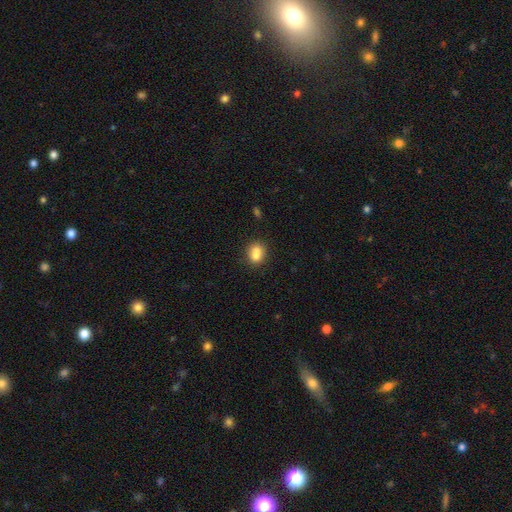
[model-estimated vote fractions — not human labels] A smooth galaxy with no disk features (78%) that is round (49%, tied with in between).

Vote fractions:
- Smooth or featured? smooth: 78% / featured or disk: 13% / star or artifact: 10%
- How rounded? round: 49% (tied) / in between: 49% (tied) / cigar-shaped: 1%
- Merging? none: 51% / merger: 31% / minor disturbance: 14% / major disturbance: 4%